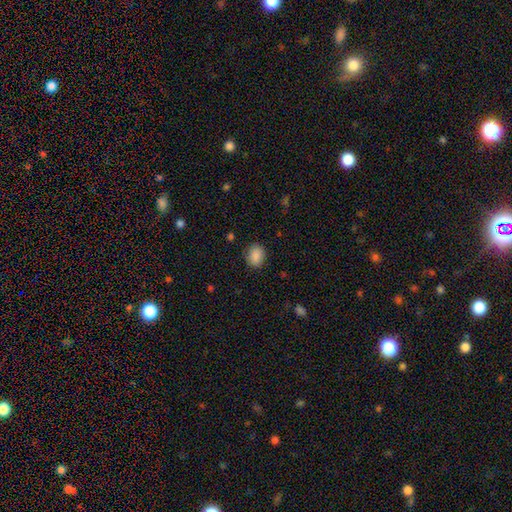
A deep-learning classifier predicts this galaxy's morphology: Smooth or featured?
  - smooth: 88% *
  - star or artifact: 8%
  - featured or disk: 4%
How rounded?
  - in between: 53% *
  - round: 46%
  - cigar-shaped: 1%
Merging?
  - none: 85% *
  - minor disturbance: 11%
  - major disturbance: 3%
  - merger: 1%